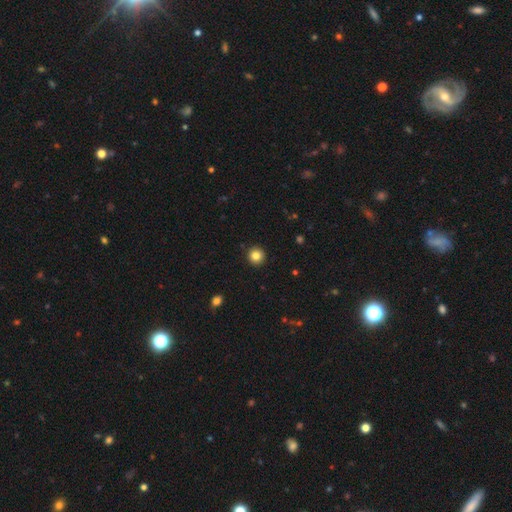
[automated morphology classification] type=smooth (83%); roundness=round (96%); merging=none (94%).